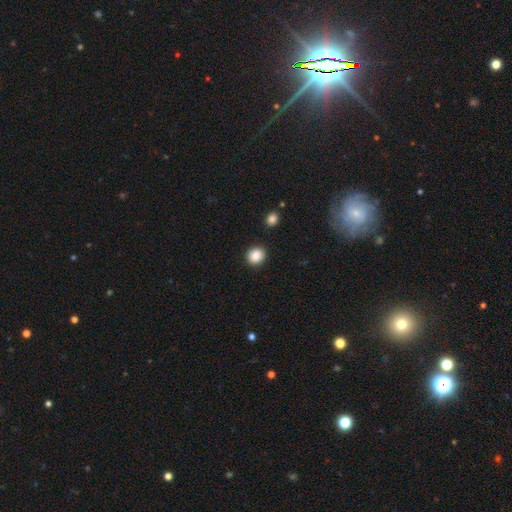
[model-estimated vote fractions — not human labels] A smooth galaxy with no disk features (88%) that is round (79%).

Vote fractions:
- Smooth or featured? smooth: 88% / star or artifact: 9% / featured or disk: 3%
- How rounded? round: 79% / in between: 20% / cigar-shaped: 1%
- Merging? none: 89% / minor disturbance: 7% / major disturbance: 2% / merger: 2%